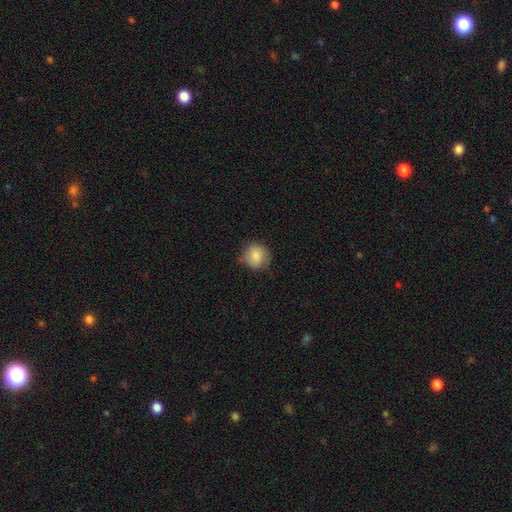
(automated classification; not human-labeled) A smooth galaxy with no disk features (85%) that is round (87%). Merging: none (78%).